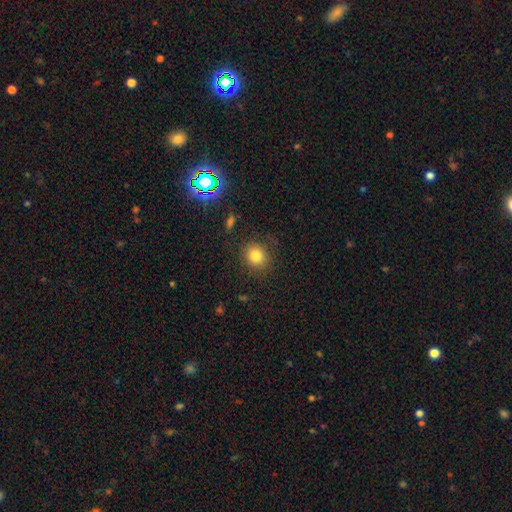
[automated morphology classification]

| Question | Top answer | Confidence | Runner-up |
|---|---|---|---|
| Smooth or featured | smooth | 82% | star or artifact (12%) |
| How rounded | round | 77% | in between (22%) |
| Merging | none | 82% | minor disturbance (12%) |